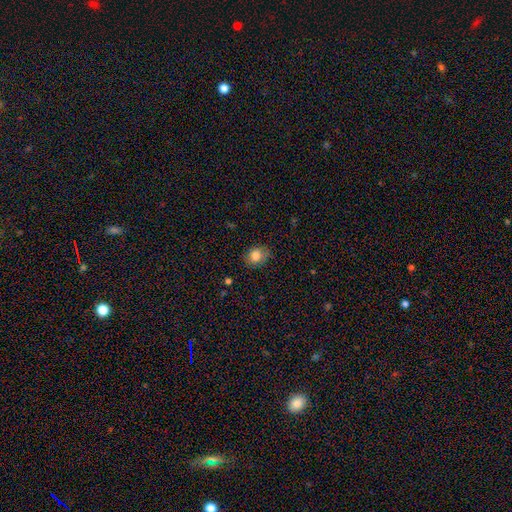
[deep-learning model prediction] This appears to be a smooth galaxy with no disk features (82%) that is round (54%). Merging: none (81%).